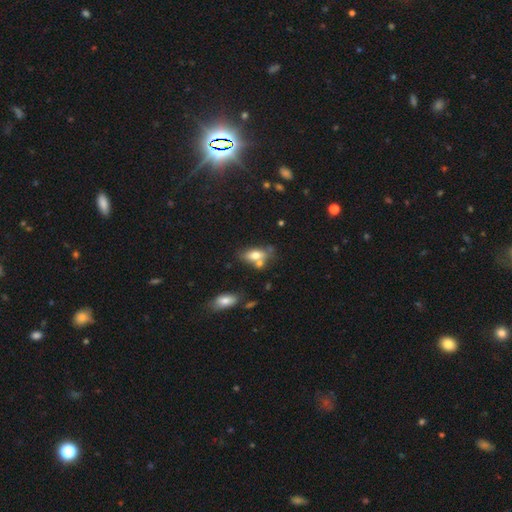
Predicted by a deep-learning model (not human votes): smooth-or-featured: smooth: 73% | featured or disk: 18% | star or artifact: 9%
  how-rounded: in between: 86% | cigar-shaped: 7% | round: 7%
  merging: none: 45% | merger: 32% | minor disturbance: 17% | major disturbance: 6%